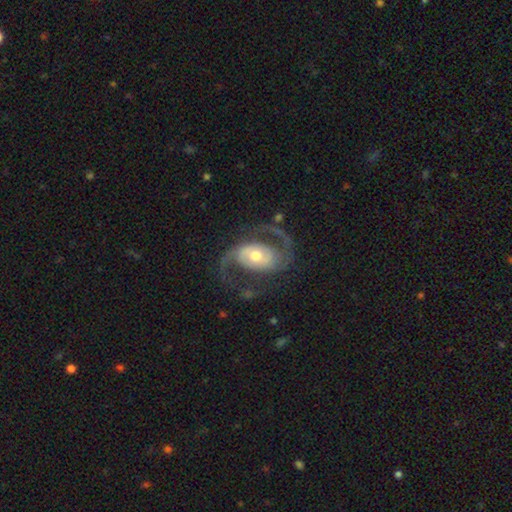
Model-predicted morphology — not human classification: smooth-or-featured: featured or disk: 90% | smooth: 6% | star or artifact: 4%
  disk-edge-on: no: 98% | yes: 2%
    bar: no: 50% | weak: 32% | strong: 18%
    has-spiral-arms: yes: 96% | no: 4%
      spiral-winding: medium: 51% | loose: 37% | tight: 12%
      spiral-arm-count: 2: 92% | 1: 2% | can't tell: 2% | 3: 2% | 4: 1% | more than 4: 1%
    bulge-size: moderate: 69% | small: 19% | large: 10% | dominant: 1% | none: 1%
  merging: none: 70% | minor disturbance: 14% | major disturbance: 14% | merger: 2%